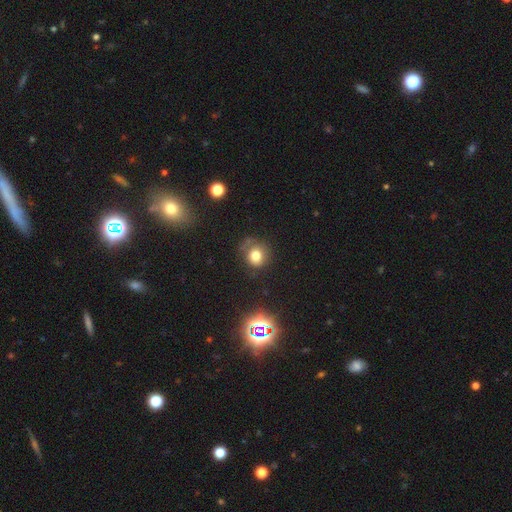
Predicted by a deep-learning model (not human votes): Morphology: type=smooth (74%); roundness=round (83%); merging=none (64%).